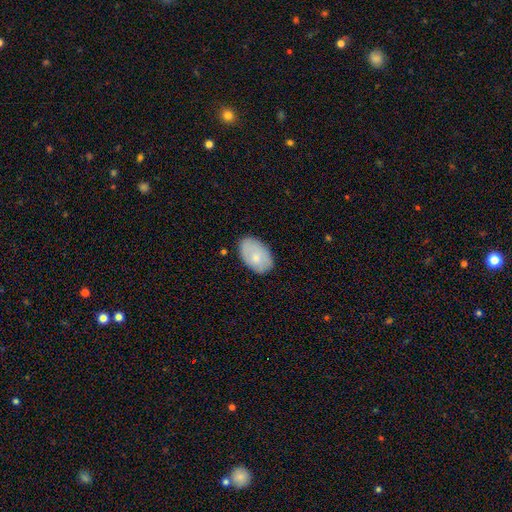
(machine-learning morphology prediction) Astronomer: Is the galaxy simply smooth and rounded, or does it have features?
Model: smooth — 70%.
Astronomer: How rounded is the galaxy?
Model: in between — 91%.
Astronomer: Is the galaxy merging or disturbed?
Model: none — 81%.